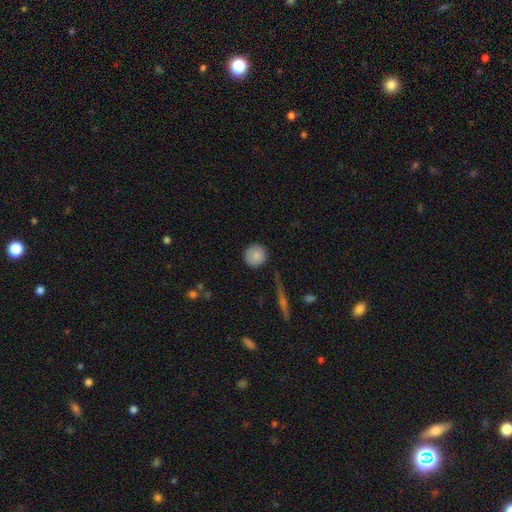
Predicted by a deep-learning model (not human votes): Smooth or featured? Predicted: smooth (p=0.85). How rounded? Predicted: round (p=0.94). Merging? Predicted: none (p=0.87).